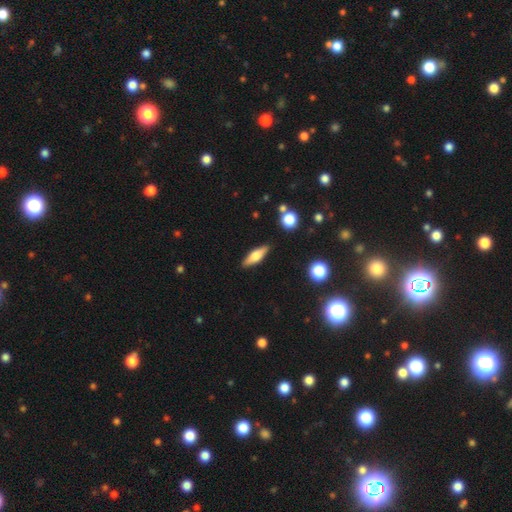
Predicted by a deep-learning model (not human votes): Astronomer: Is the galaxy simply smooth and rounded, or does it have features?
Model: smooth — 53% (runner-up: featured or disk, 40%).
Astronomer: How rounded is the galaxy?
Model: in between — 49% (runner-up: cigar-shaped, 48%).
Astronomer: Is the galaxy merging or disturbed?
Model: none — 87%.